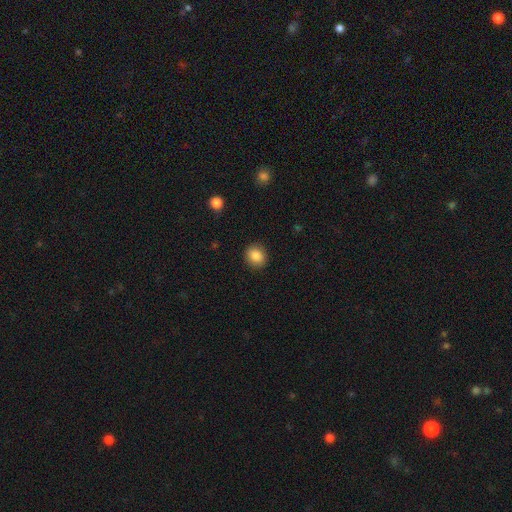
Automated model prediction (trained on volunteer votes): Smooth or featured?
  - smooth: 87% *
  - star or artifact: 9%
  - featured or disk: 4%
How rounded?
  - round: 74% *
  - in between: 25%
  - cigar-shaped: 1%
Merging?
  - none: 90% *
  - minor disturbance: 7%
  - major disturbance: 2%
  - merger: 1%